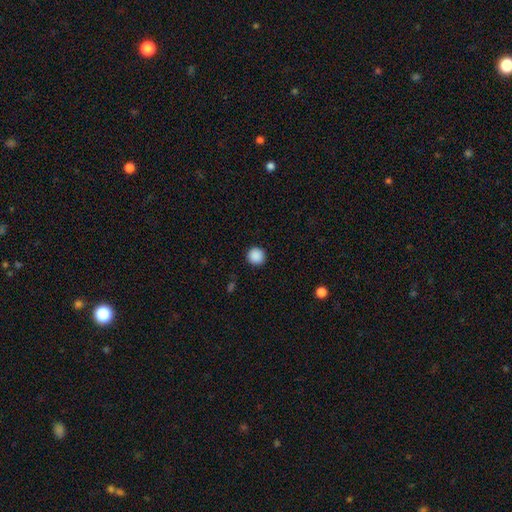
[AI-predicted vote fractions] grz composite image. It shows a smooth galaxy with no disk features (89%) that is round (95%). Merging: none (93%).